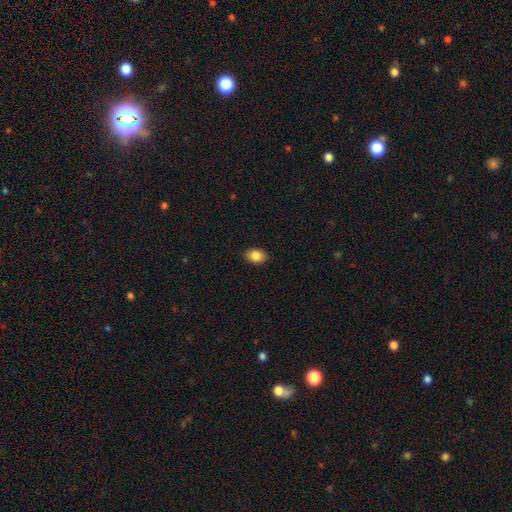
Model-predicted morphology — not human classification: This is clearly a smooth galaxy (86%). How rounded: likely in between (71%). Merging: clearly none (89%).